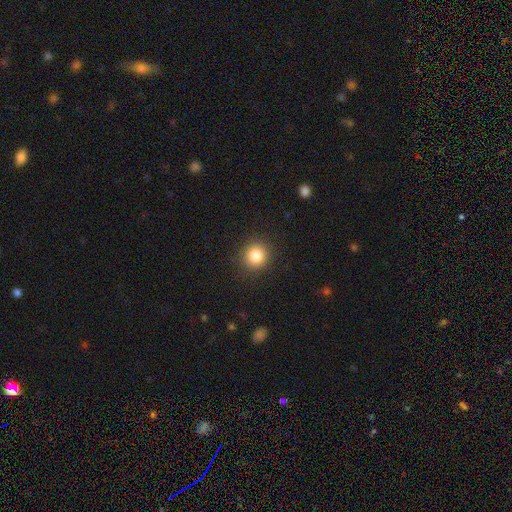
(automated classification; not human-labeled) Smooth or featured? Predicted: smooth (p=0.85). How rounded? Predicted: round (p=0.90). Merging? Predicted: none (p=0.90).